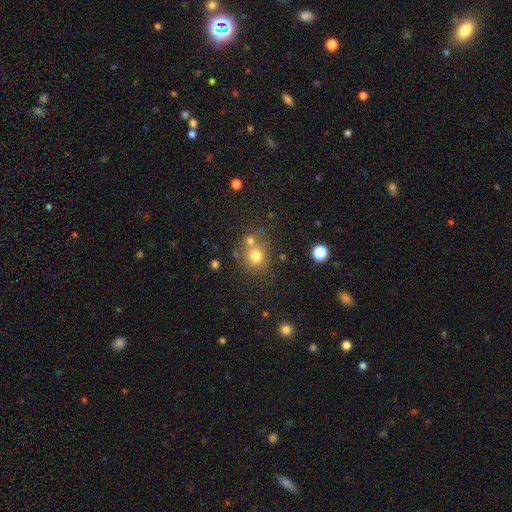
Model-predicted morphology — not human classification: This appears to be a smooth galaxy with no disk features (73%) that is round (74%). Merging: none (58%).